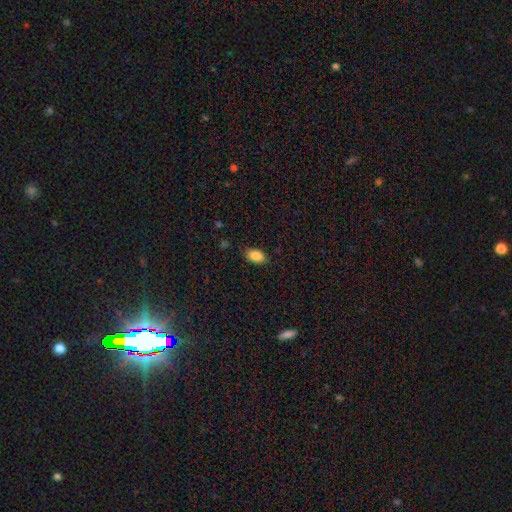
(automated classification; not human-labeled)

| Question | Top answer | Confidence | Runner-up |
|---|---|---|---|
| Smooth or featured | smooth | 87% | star or artifact (8%) |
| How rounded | in between | 90% | round (8%) |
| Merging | none | 83% | minor disturbance (14%) |